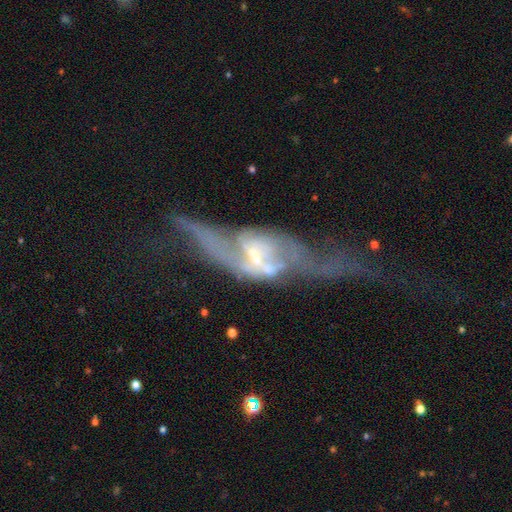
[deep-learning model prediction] Morphology: type=featured or disk (83%); edge-on=no (82%); bar=weak (40%); spiral arms=yes (77%); winding=loose (72%); arm count=2 (83%); bulge=small (49%); merging=major disturbance (40%).